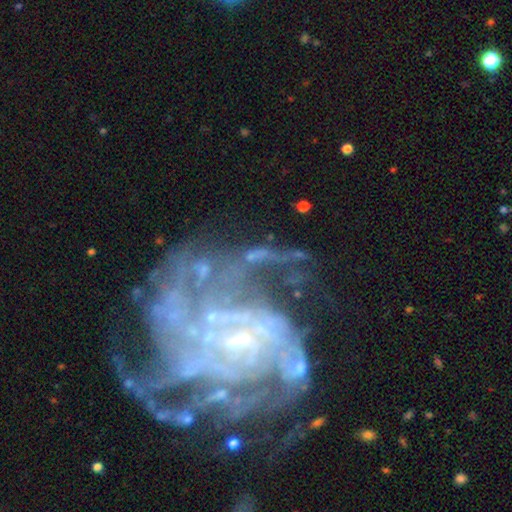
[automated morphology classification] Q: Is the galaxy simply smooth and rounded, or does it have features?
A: featured or disk — 63%.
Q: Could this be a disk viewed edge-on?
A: no — 90%.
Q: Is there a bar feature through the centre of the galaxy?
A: no — 54%.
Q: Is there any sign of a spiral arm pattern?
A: yes — 70%.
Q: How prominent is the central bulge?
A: small — 47%.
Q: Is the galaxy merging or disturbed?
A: none — 42%.